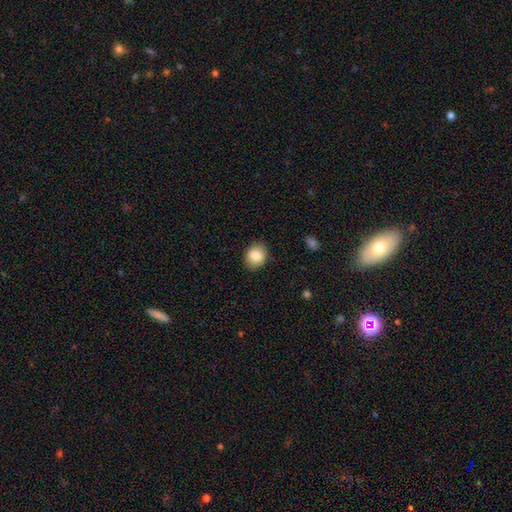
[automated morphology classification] smooth-or-featured: smooth: 82% | featured or disk: 10% | star or artifact: 8%
  how-rounded: round: 50% | in between: 49% | cigar-shaped: 1%
  merging: none: 89% | minor disturbance: 8% | major disturbance: 2% | merger: 1%